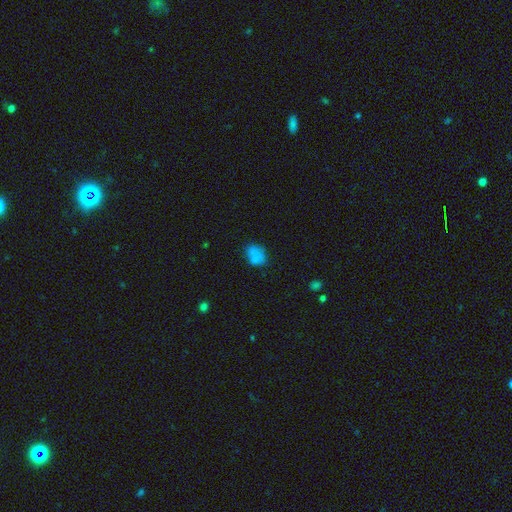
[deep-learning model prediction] Smooth or featured? smooth (78%)
How rounded? in between (63%)
Merging? none (59%)